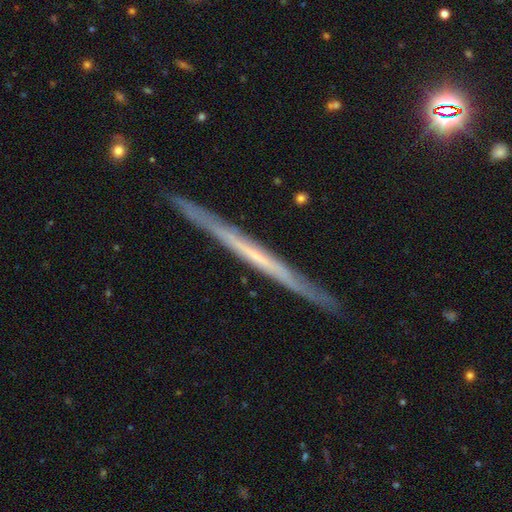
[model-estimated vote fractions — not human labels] smooth_or_featured: featured or disk (p=0.65) [alt: smooth p=0.29]
disk_edge_on: yes (p=0.97) [alt: no p=0.03]
edge_on_bulge: none (p=0.88) [alt: rounded p=0.08]
merging: none (p=0.90) [alt: minor disturbance p=0.07]